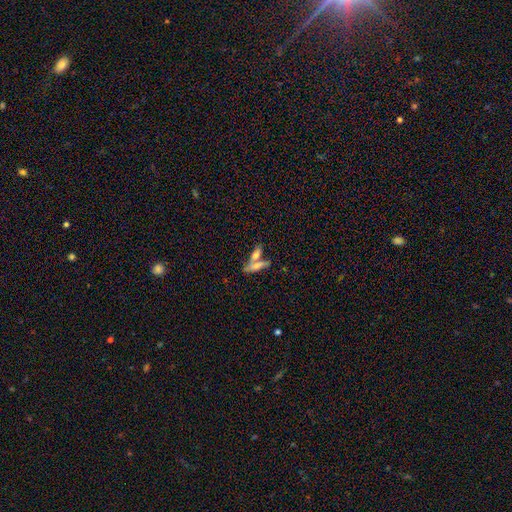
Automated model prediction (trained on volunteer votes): Smooth or featured? smooth (66%)
How rounded? cigar-shaped (55%)
Merging? merger (49%)